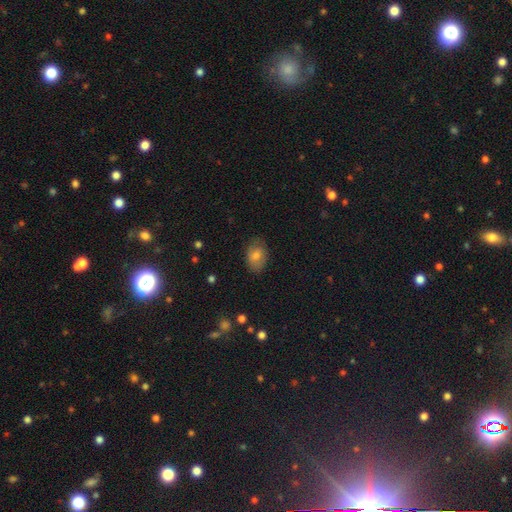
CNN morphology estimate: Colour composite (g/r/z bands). It shows a smooth galaxy with no disk features (72%) that is in between round and cigar-shaped (77%). Merging: none (80%).